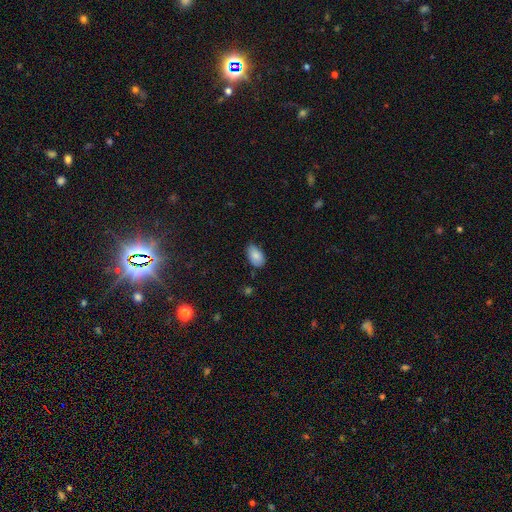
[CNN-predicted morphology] Smooth or featured: smooth — 84% (featured or disk — 8%)
How rounded: in between — 93% (round — 6%)
Merging: none — 68% (minor disturbance — 26%)